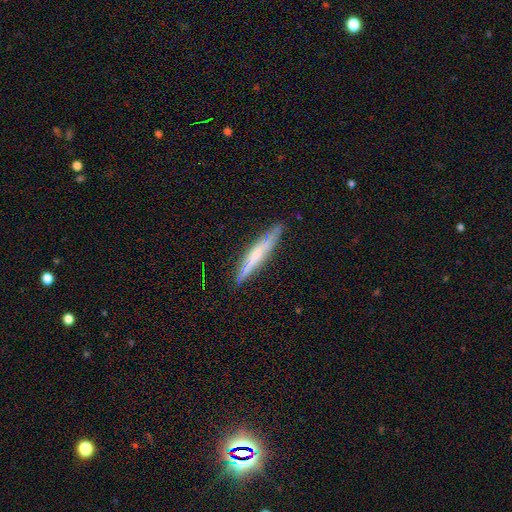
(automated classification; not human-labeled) A smooth galaxy with no disk features (50%) that is cigar-shaped (93%).

Vote fractions:
- Smooth or featured? smooth: 50% / featured or disk: 43% / star or artifact: 7%
- How rounded? cigar-shaped: 93% / in between: 5% / round: 1%
- Merging? none: 84% / minor disturbance: 12% / major disturbance: 2% / merger: 1%